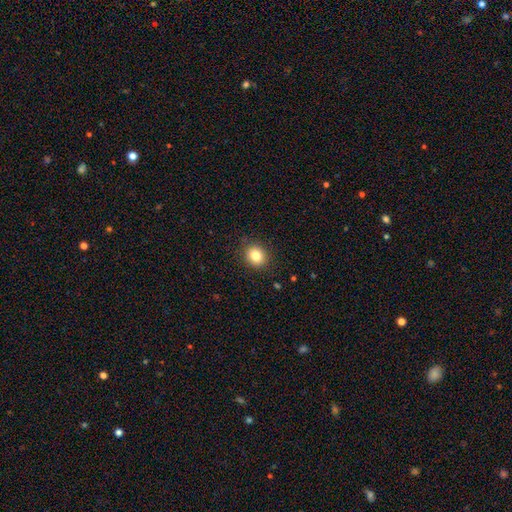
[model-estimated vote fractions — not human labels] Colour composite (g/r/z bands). It shows a smooth galaxy with no disk features (82%) that is round (77%). Merging: none (89%).